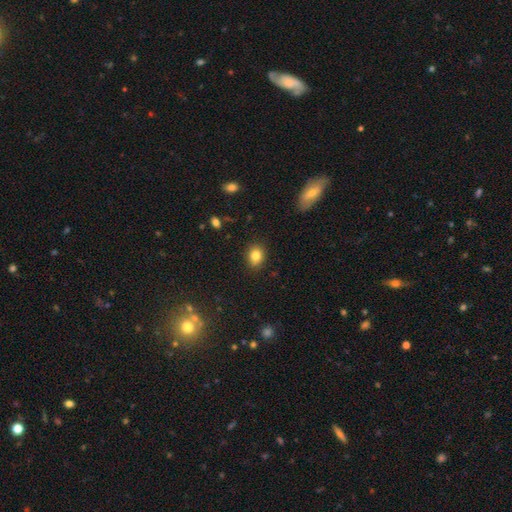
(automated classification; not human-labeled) Smooth or featured: smooth — 82% (star or artifact — 10%)
How rounded: round — 50% (in between — 49%)
Merging: none — 86% (minor disturbance — 10%)